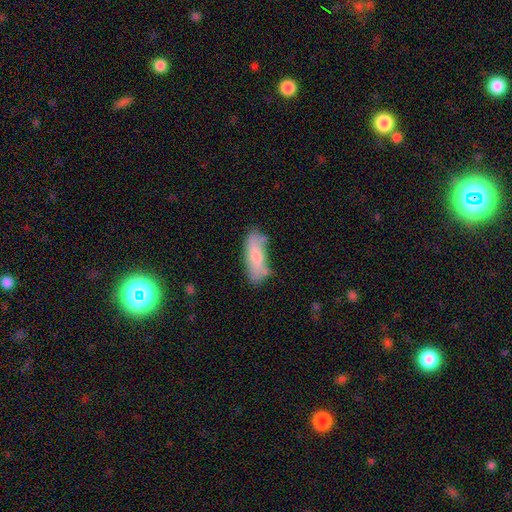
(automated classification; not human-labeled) Overall: smooth (73%). How rounded: in between (61%; cigar-shaped 37%). Merging: none (61%; minor disturbance 25%).